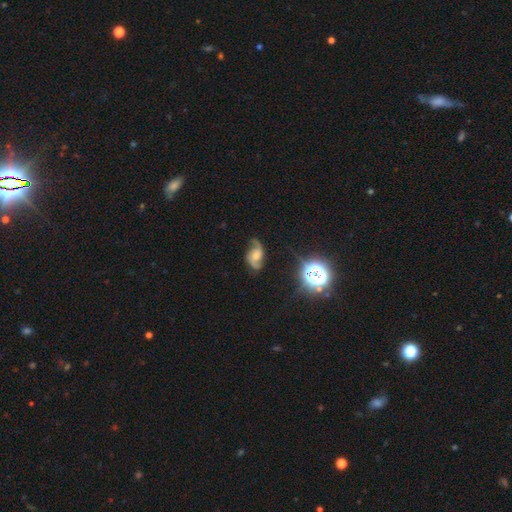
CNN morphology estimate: This is likely a featured or disk galaxy (78%). It is clearly not viewed edge-on (97%). Bar: possibly no (56%). Spiral arm pattern: clearly yes (95%). Spiral arm count: clearly 2 (91%). Spiral winding: possibly loose (52%). Central bulge: possibly moderate (45%). Merging: likely none (68%).